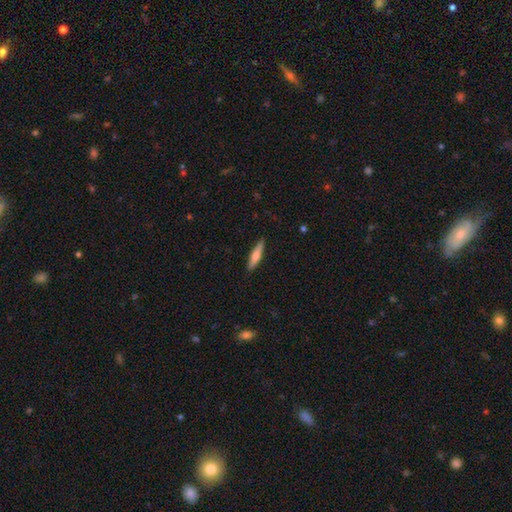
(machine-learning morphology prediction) This is possibly a smooth galaxy (59%). How rounded: clearly cigar-shaped (83%). Merging: clearly none (89%).